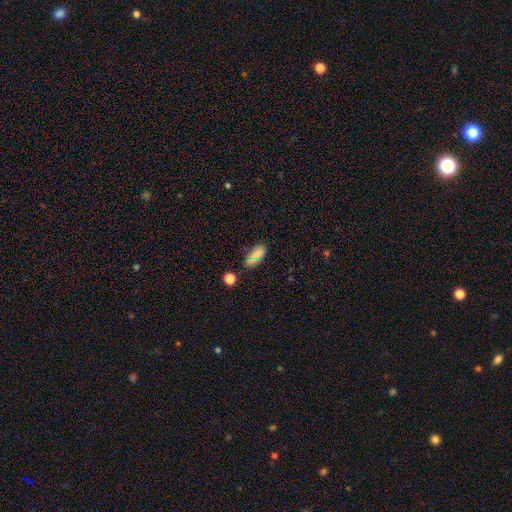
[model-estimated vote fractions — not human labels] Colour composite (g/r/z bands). It shows a smooth galaxy with no disk features (70%) that is in between round and cigar-shaped (86%). Merging: none (75%).